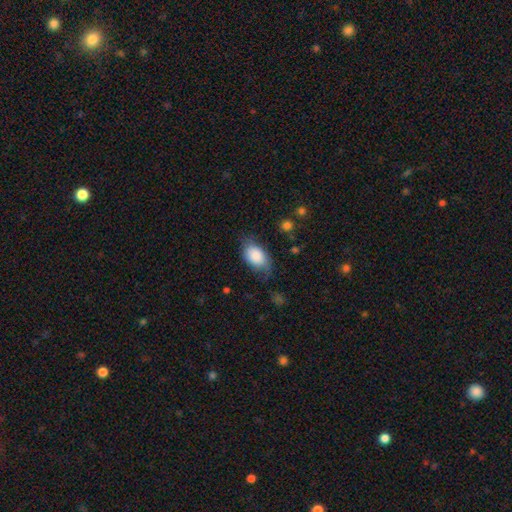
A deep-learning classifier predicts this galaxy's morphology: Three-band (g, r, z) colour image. It shows a smooth galaxy with no disk features (82%) that is in between round and cigar-shaped (91%). Merging: none (53%).